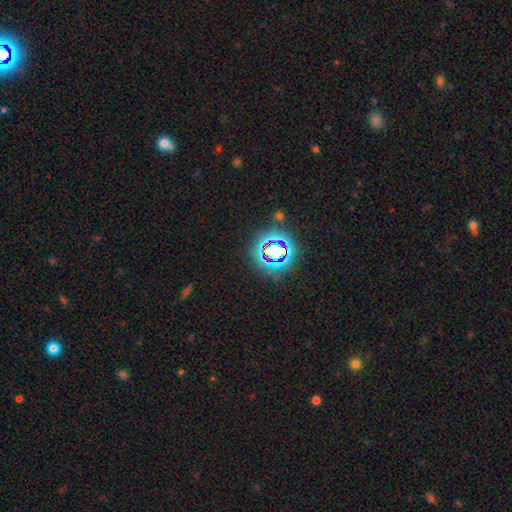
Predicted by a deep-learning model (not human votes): This is likely a star or artifact rather than a galaxy (72%).